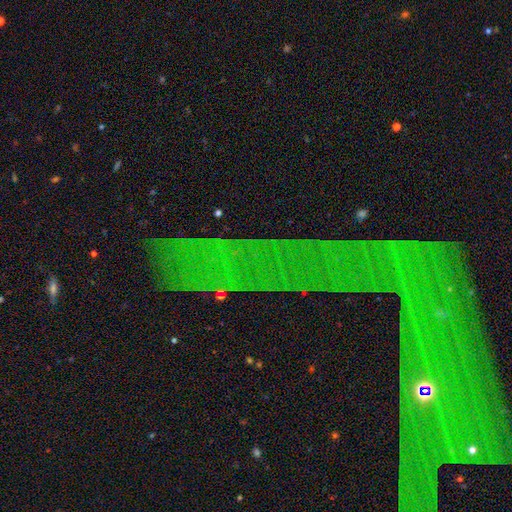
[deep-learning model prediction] smooth-or-featured: star or artifact: 70% | featured or disk: 17% | smooth: 13%